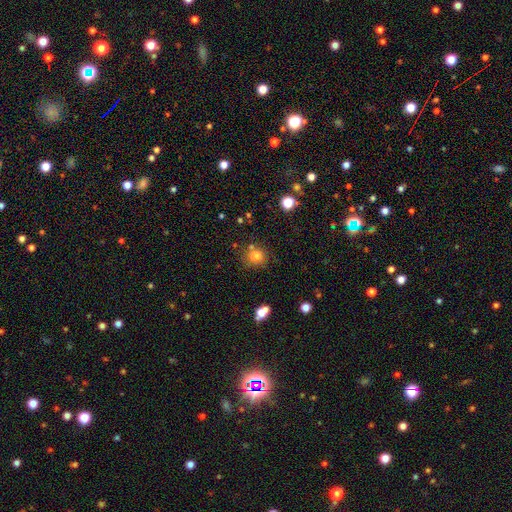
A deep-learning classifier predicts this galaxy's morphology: This is likely a smooth galaxy (77%). How rounded: clearly round (84%). Merging: likely none (72%).